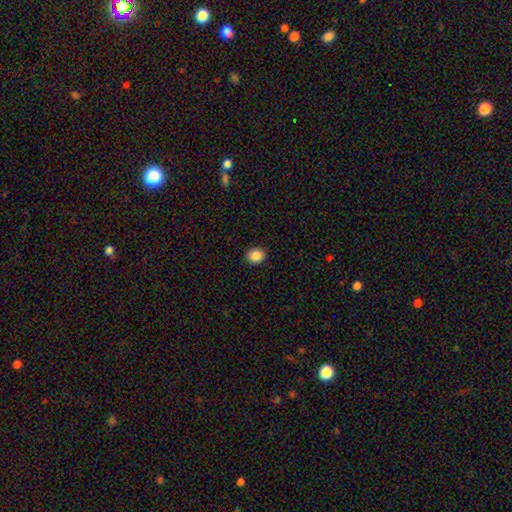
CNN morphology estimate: Smooth or featured? smooth (87%)
How rounded? round (65%)
Merging? none (91%)